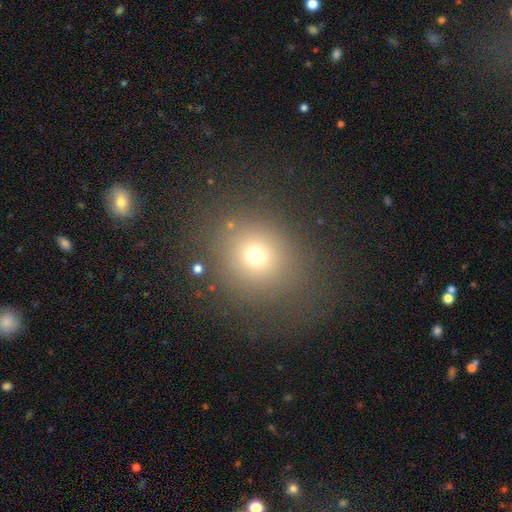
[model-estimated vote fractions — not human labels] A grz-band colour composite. It shows a smooth galaxy with no disk features (68%) that is round (82%). Merging: none (78%).